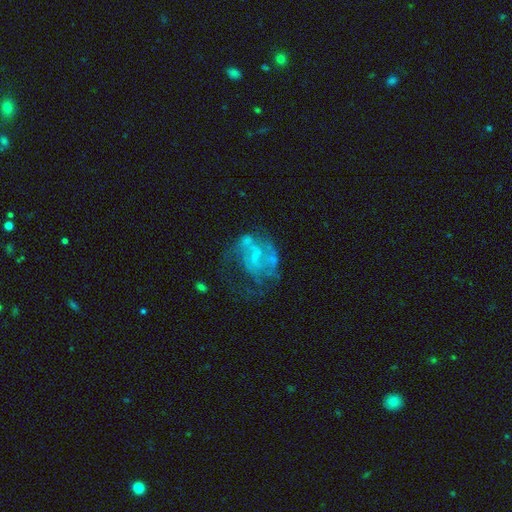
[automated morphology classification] This is likely a featured or disk galaxy (73%). It is clearly not viewed edge-on (98%). Bar: possibly no (50%). Spiral arm pattern: possibly yes (57%). Central bulge: possibly small (53%). Merging: marginally major disturbance (38%).